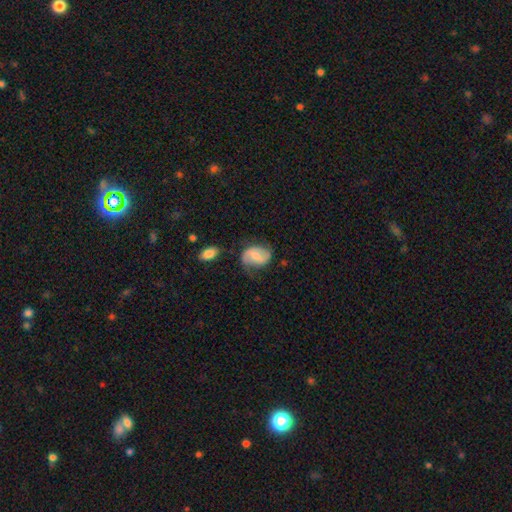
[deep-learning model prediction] A featured or disk galaxy (53%) with a weak bar (45%), spiral arms (84%) and a moderate central bulge (52%).

Vote fractions:
- Smooth or featured? featured or disk: 53% / smooth: 40% / star or artifact: 7%
- Edge-on disk? no: 96% / yes: 4%
- Bar? weak: 45% / no: 37% / strong: 18%
- Spiral arms? yes: 84% / no: 16%
- Bulge size? moderate: 52% / small: 38% / none: 4% / large: 4% / dominant: 1%
- Merging? none: 59% / minor disturbance: 26% / major disturbance: 11% / merger: 4%